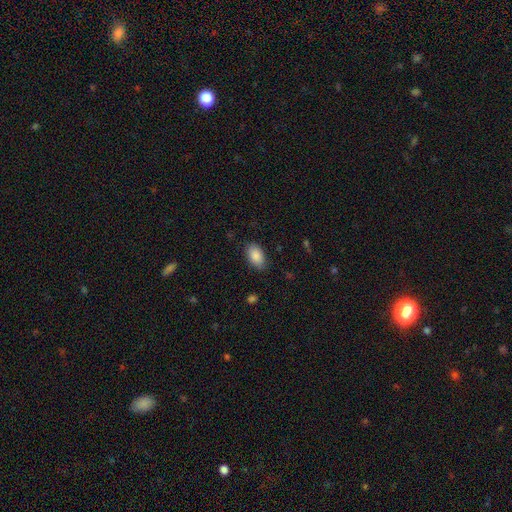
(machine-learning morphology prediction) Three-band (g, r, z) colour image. It shows a smooth galaxy with no disk features (88%) that is in between round and cigar-shaped (93%). Merging: none (83%).